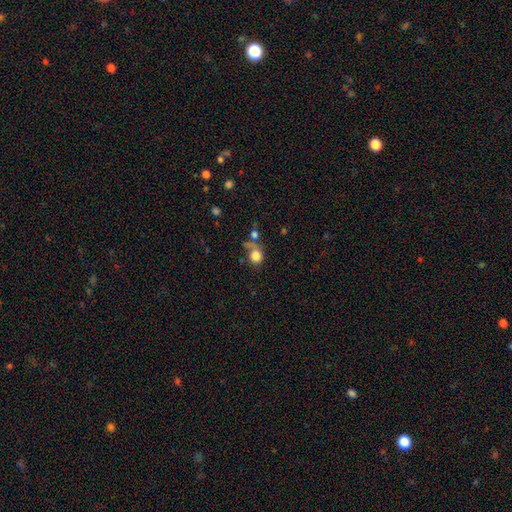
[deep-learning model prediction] smooth-or-featured: smooth: 80% | star or artifact: 11% | featured or disk: 9%
  how-rounded: round: 72% | in between: 26% | cigar-shaped: 1%
  merging: none: 45% | merger: 23% | minor disturbance: 18% | major disturbance: 14%